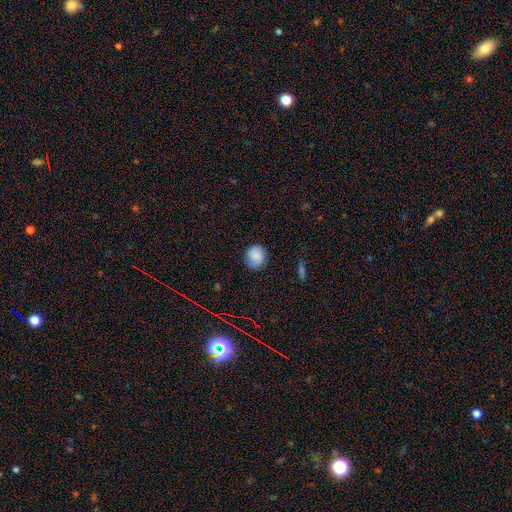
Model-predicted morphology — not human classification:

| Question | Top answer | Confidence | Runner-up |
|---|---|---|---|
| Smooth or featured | smooth | 84% | star or artifact (10%) |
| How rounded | round | 85% | in between (14%) |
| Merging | none | 84% | minor disturbance (13%) |